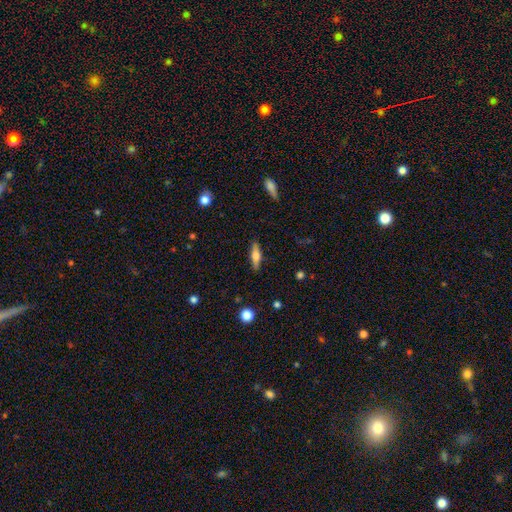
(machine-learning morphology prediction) smooth_or_featured: smooth (p=0.51) [alt: featured or disk p=0.42]
how_rounded: cigar-shaped (p=0.54) [alt: in between p=0.42]
merging: none (p=0.87) [alt: minor disturbance p=0.10]